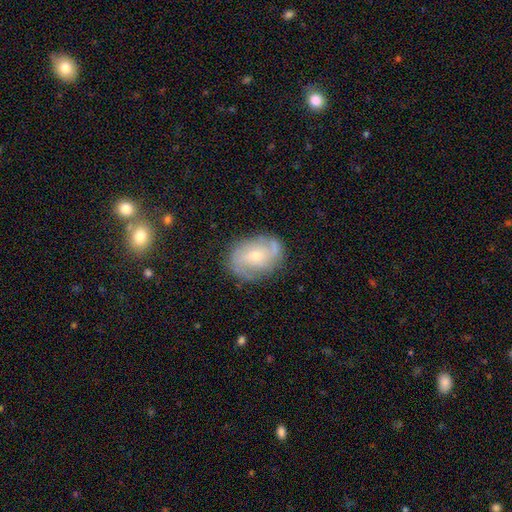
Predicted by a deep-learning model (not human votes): Q: Smooth or featured?
A: featured or disk (72%); runner-up: smooth (20%)
Q: Edge-on disk?
A: no (96%); runner-up: yes (4%)
Q: Bar?
A: no (57%); runner-up: weak (35%)
Q: Spiral arms?
A: yes (88%); runner-up: no (12%)
Q: Spiral winding?
A: medium (42%); runner-up: tight (37%)
Q: Spiral arm count?
A: 2 (55%); runner-up: can't tell (24%)
Q: Bulge size?
A: small (56%); runner-up: moderate (40%)
Q: Merging?
A: none (73%); runner-up: minor disturbance (19%)